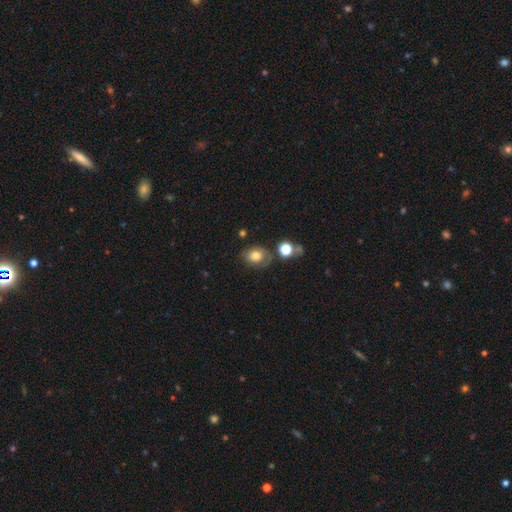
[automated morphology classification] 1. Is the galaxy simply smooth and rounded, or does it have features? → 68% smooth, 21% featured or disk, 11% star or artifact.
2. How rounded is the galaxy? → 57% in between, 42% round, 1% cigar-shaped.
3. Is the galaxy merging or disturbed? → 60% none, 23% minor disturbance, 10% major disturbance, 7% merger.